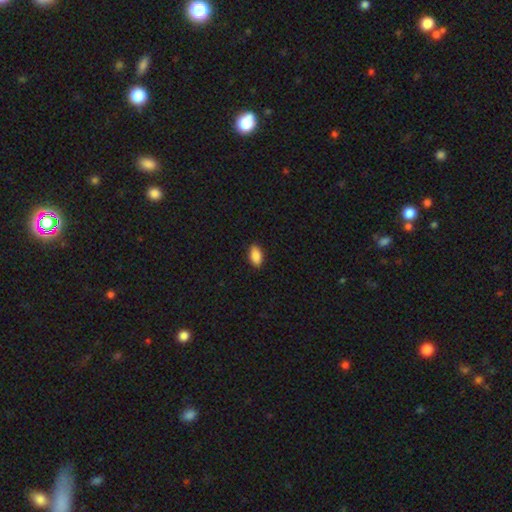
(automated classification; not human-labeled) A smooth galaxy with no disk features (87%) that is in between round and cigar-shaped (90%).

Vote fractions:
- Smooth or featured? smooth: 87% / star or artifact: 8% / featured or disk: 6%
- How rounded? in between: 90% / cigar-shaped: 5% / round: 4%
- Merging? none: 87% / minor disturbance: 10% / major disturbance: 2% / merger: 1%